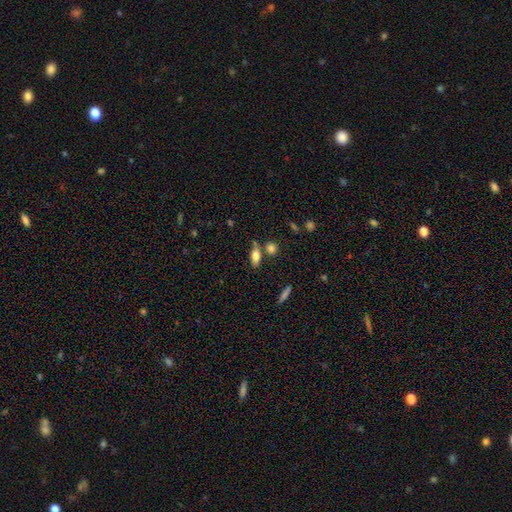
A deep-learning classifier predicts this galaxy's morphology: This appears to be a smooth galaxy with no disk features (72%) that is in between round and cigar-shaped (71%). Merging: none (65%).